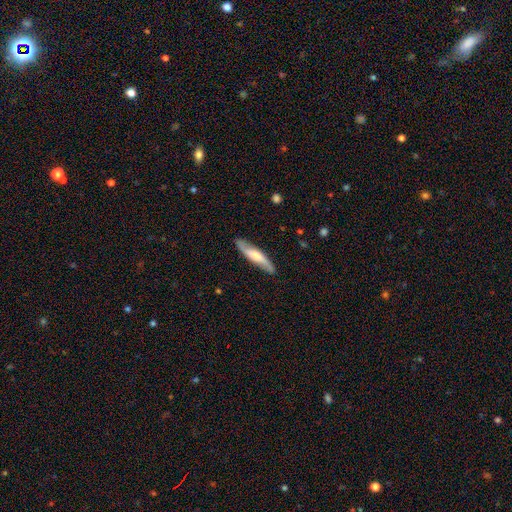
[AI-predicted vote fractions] This is possibly a featured or disk galaxy (60%). It is possibly not viewed edge-on (52%). Merging: clearly none (85%).